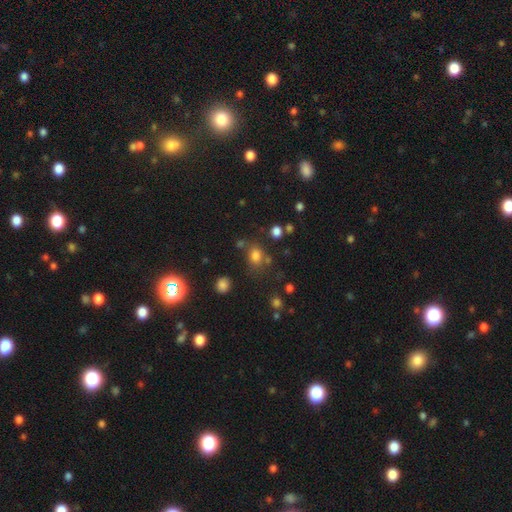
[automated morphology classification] smooth 77%, star or artifact 16%, featured or disk 7%. Down the decision tree: how rounded — in between (55%); merging — none (65%).